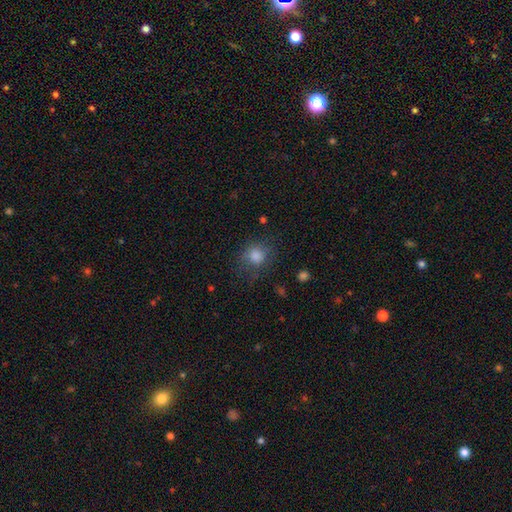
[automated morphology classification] A smooth galaxy with no disk features (80%) that is round (74%). Merging: none (68%).